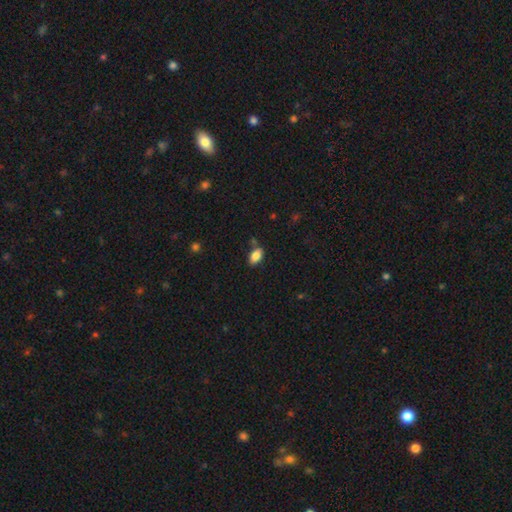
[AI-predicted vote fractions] Overall: smooth (86%). How rounded: in between (92%). Merging: none (76%).